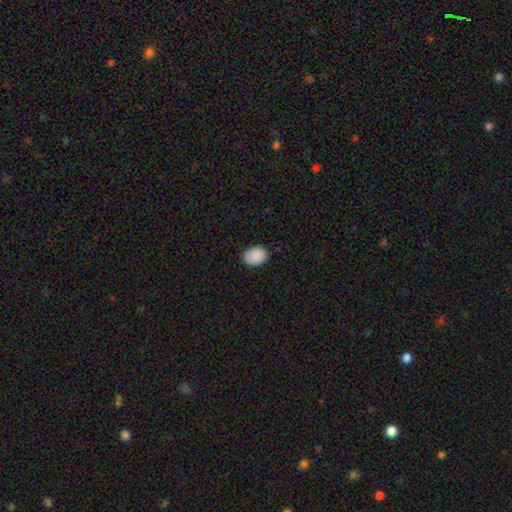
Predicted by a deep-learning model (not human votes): The model was most divided on "how rounded": in between: 77%, round: 22%, cigar-shaped: 1%. More confident: smooth or featured — smooth (90%); merging — none (85%).